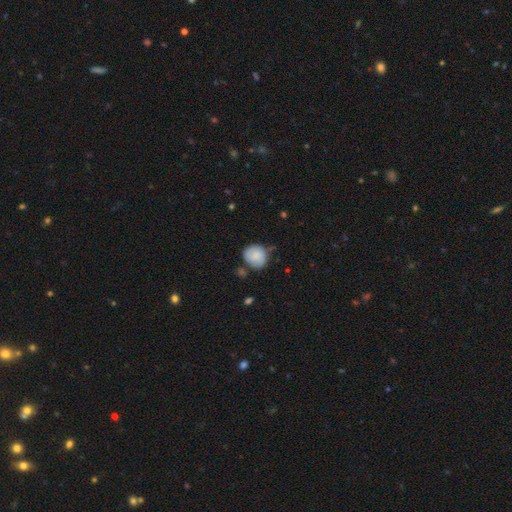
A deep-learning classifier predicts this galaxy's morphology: Q: Smooth or featured?
A: smooth (78%); runner-up: featured or disk (14%)
Q: How rounded?
A: round (79%); runner-up: in between (20%)
Q: Merging?
A: none (62%); runner-up: minor disturbance (25%)